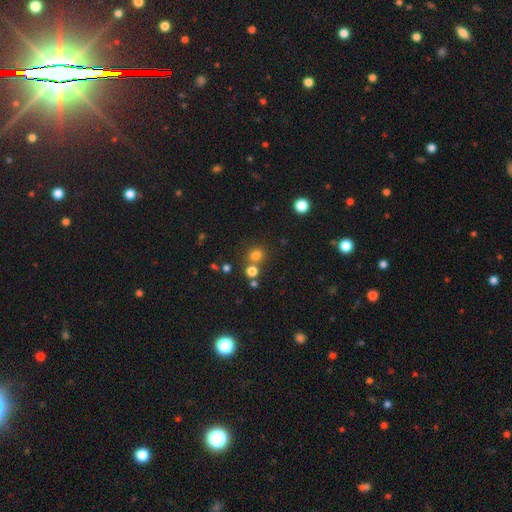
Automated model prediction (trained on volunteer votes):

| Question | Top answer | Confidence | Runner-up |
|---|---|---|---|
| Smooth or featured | smooth | 74% | star or artifact (19%) |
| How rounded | round | 77% | in between (22%) |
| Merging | none | 64% | merger (23%) |